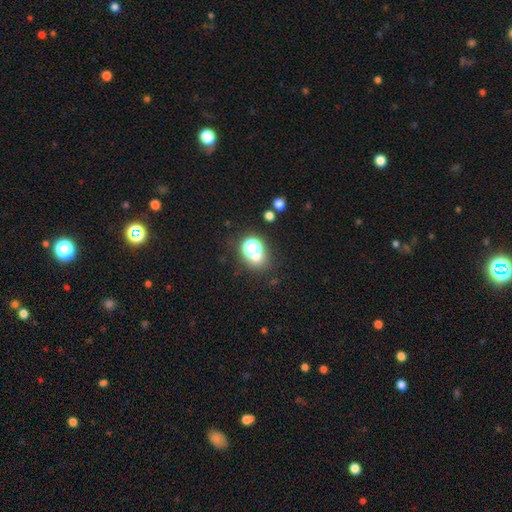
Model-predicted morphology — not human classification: Smooth or featured? smooth (53%)
How rounded? round (63%)
Merging? none (56%)